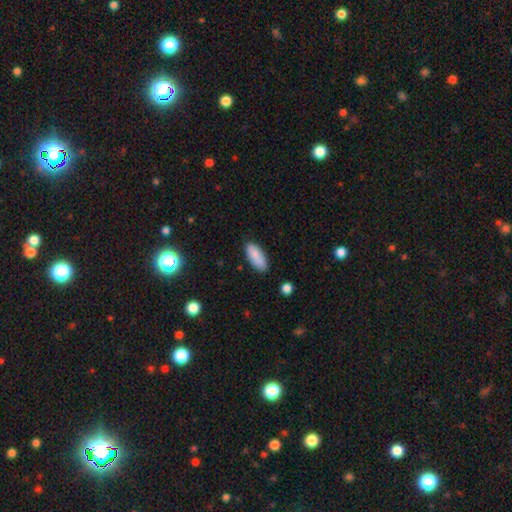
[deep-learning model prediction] smooth_or_featured: smooth (p=0.86) [alt: featured or disk p=0.07]
how_rounded: in between (p=0.86) [alt: cigar-shaped p=0.12]
merging: none (p=0.81) [alt: minor disturbance p=0.14]